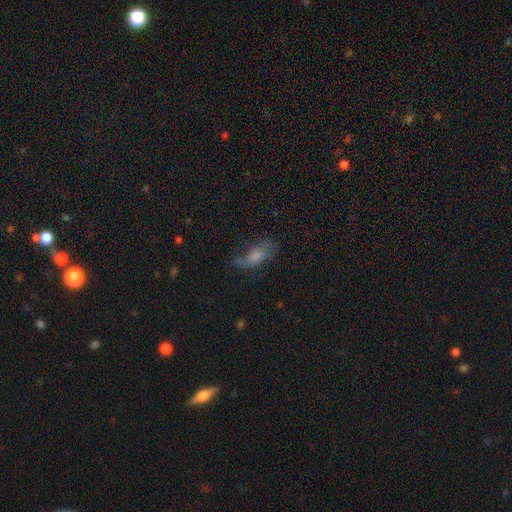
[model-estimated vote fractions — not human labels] A featured or disk galaxy (46%). Merging: none (59%).